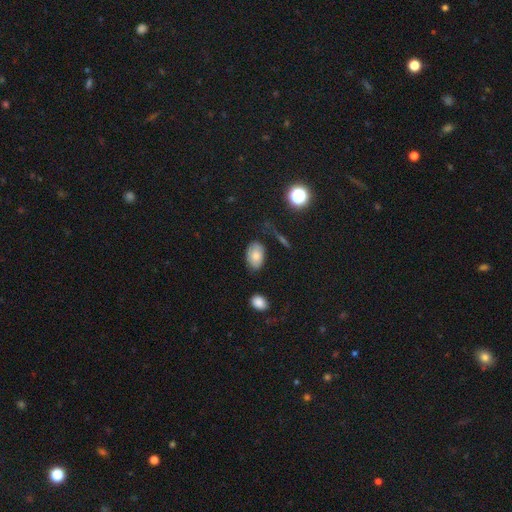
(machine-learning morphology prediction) smooth-or-featured: smooth: 79% | featured or disk: 13% | star or artifact: 8%
  how-rounded: in between: 89% | round: 10% | cigar-shaped: 1%
  merging: none: 73% | minor disturbance: 18% | major disturbance: 5% | merger: 4%